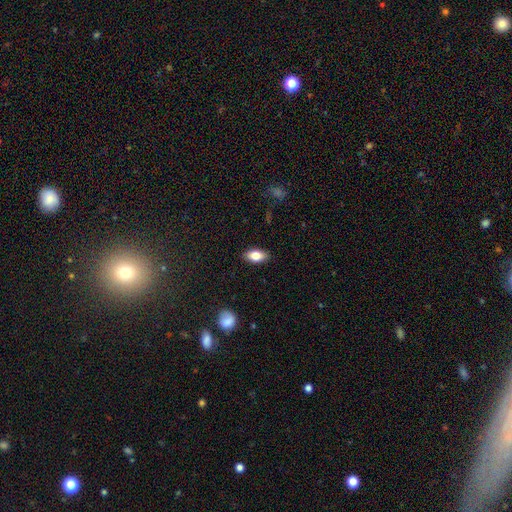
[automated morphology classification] Smooth or featured: smooth — 79% (featured or disk — 14%)
How rounded: in between — 89% (cigar-shaped — 6%)
Merging: none — 87% (minor disturbance — 9%)